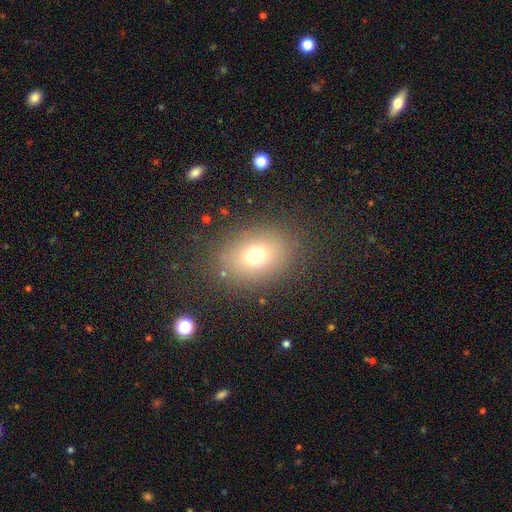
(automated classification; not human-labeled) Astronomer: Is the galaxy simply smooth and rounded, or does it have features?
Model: smooth — 71%.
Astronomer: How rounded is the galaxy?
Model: in between — 63%.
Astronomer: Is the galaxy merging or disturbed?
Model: none — 82%.